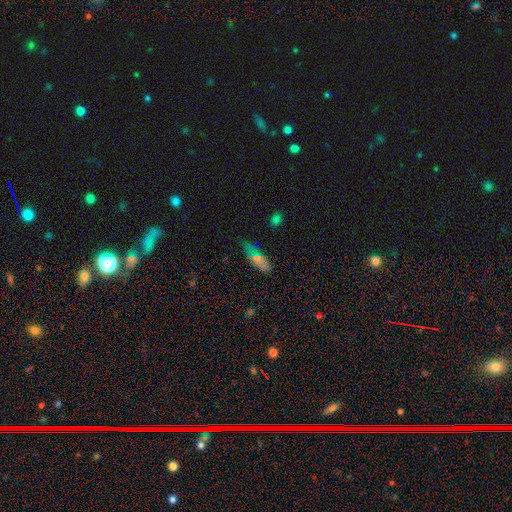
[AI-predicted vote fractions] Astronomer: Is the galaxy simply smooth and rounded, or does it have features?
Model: smooth — 57%.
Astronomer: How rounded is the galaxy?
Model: in between — 56% (runner-up: cigar-shaped, 40%).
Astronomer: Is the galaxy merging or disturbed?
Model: none — 69%.